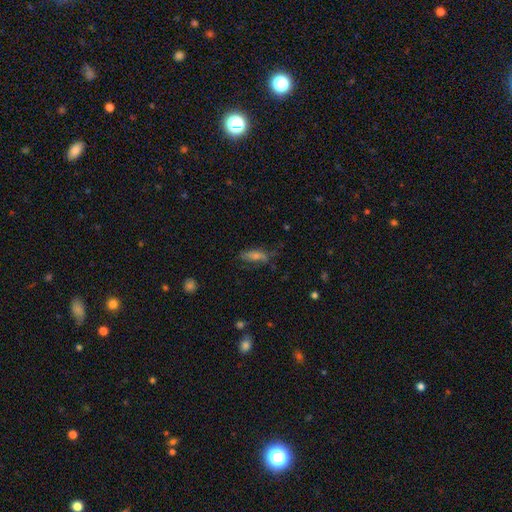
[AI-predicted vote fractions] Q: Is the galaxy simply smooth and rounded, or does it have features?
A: smooth — 50%.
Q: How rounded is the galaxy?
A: in between — 48%.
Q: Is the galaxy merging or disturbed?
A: none — 66%.